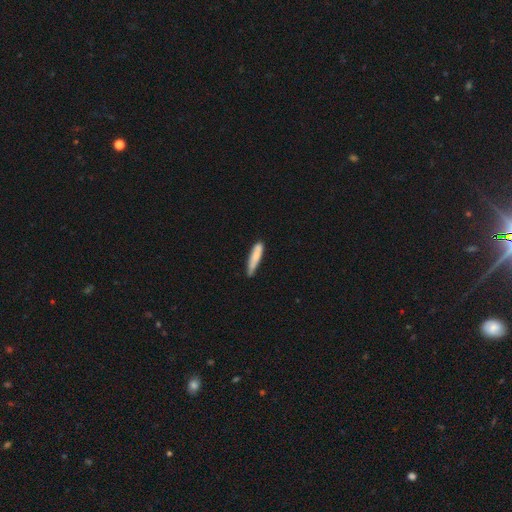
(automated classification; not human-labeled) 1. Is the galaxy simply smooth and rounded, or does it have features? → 77% smooth, 16% featured or disk, 6% star or artifact.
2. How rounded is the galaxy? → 85% cigar-shaped, 13% in between, 1% round.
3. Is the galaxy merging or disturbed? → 65% none, 27% minor disturbance, 4% major disturbance, 3% merger.